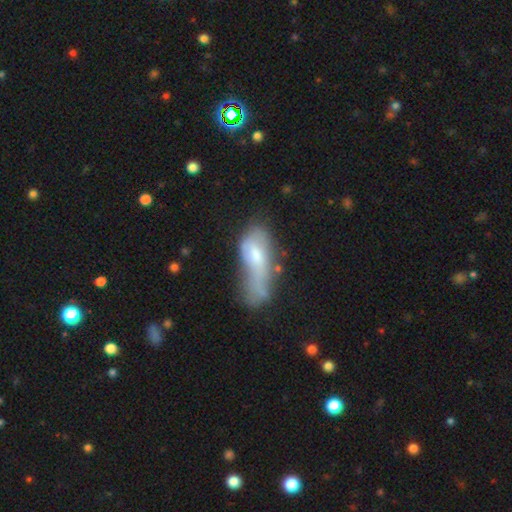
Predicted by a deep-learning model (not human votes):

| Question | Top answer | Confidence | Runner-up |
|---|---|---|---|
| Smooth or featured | smooth | 58% | featured or disk (34%) |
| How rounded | in between | 70% | cigar-shaped (27%) |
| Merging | major disturbance | 40% | minor disturbance (24%) |